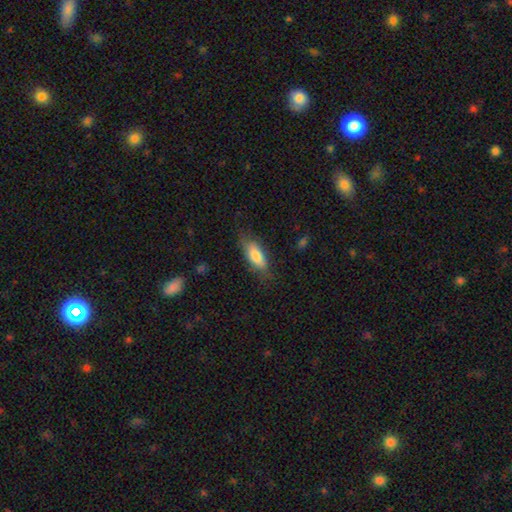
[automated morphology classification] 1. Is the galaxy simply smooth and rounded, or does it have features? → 78% smooth, 16% featured or disk, 6% star or artifact.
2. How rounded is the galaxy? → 76% in between, 22% cigar-shaped, 2% round.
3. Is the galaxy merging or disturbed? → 68% none, 23% minor disturbance, 8% major disturbance, 1% merger.